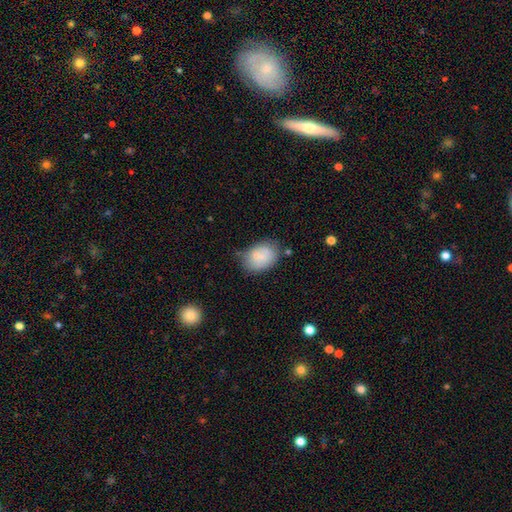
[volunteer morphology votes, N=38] smooth-or-featured: smooth: 71% | featured or disk: 18% | star or artifact: 11%
  how-rounded: in between: 81% | round: 15% | cigar-shaped: 4%
  merging: none: 62% | minor disturbance: 26% | merger: 9% | major disturbance: 3%